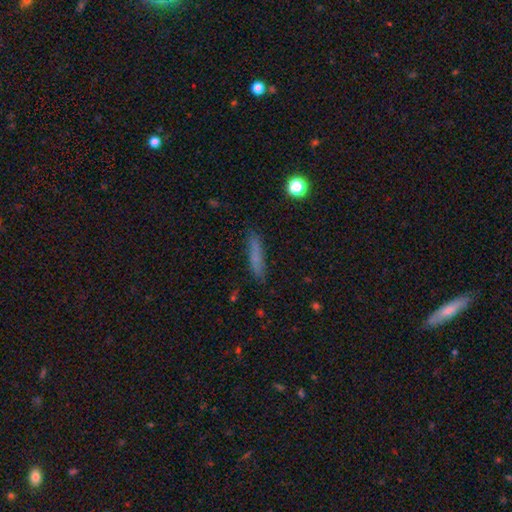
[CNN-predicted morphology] The model was most divided on "smooth or featured": smooth: 73%, featured or disk: 17%, star or artifact: 10%. More confident: how rounded — cigar-shaped (88%); merging — none (83%).